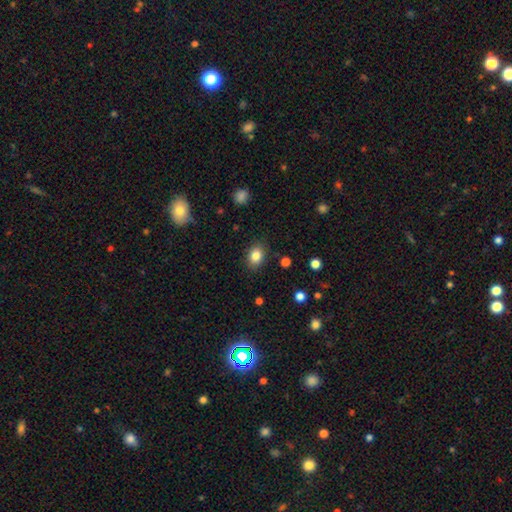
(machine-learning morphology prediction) This appears to be a smooth galaxy with no disk features (84%) that is in between round and cigar-shaped (67%). Merging: none (86%).